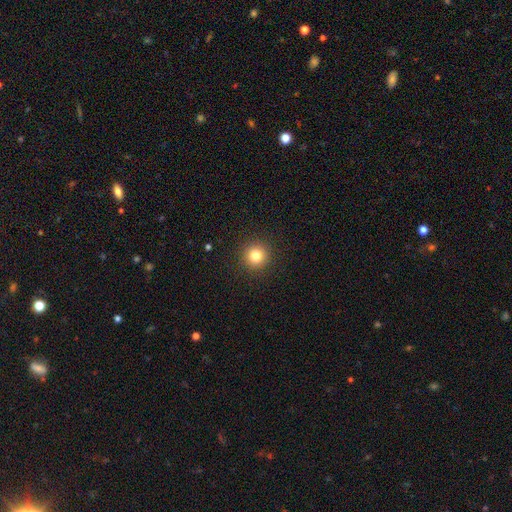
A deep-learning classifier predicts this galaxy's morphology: smooth-or-featured: smooth: 81% | star or artifact: 12% | featured or disk: 6%
  how-rounded: round: 95% | in between: 4% | cigar-shaped: 1%
  merging: none: 92% | minor disturbance: 5% | major disturbance: 2% | merger: 1%